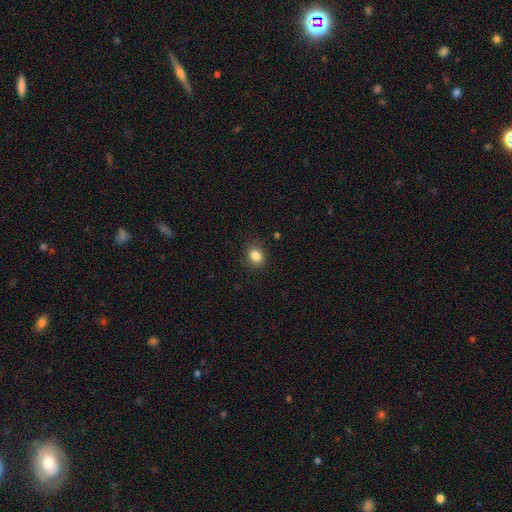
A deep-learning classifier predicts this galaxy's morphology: smooth 85%, star or artifact 10%, featured or disk 5%. Down the decision tree: how rounded — in between (51%); merging — none (88%).